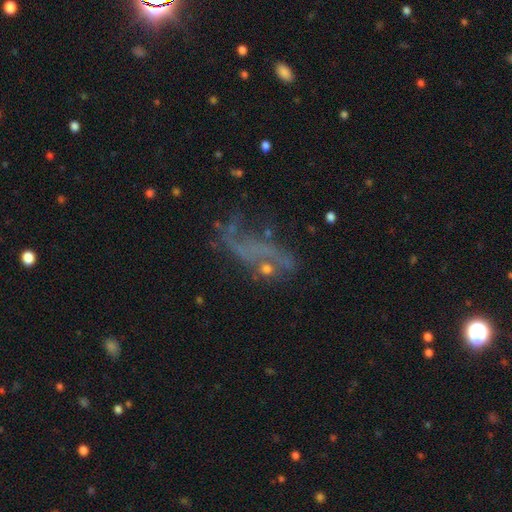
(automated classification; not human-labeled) The model was most divided on "merging": none: 39%, major disturbance: 36%, minor disturbance: 18%, merger: 8%. More confident: edge-on disk — no (89%); smooth or featured — featured or disk (50%).